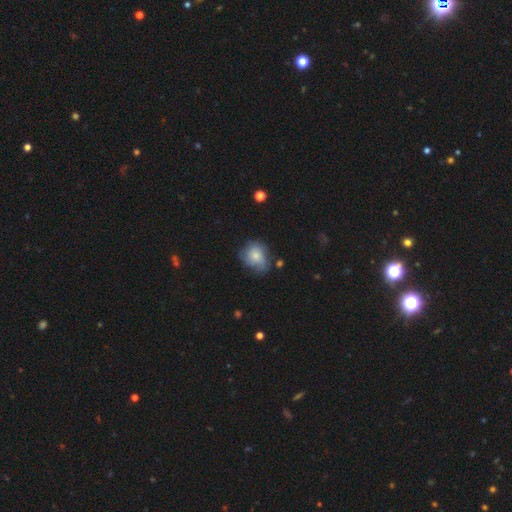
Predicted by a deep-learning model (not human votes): Smooth or featured? Predicted: smooth (p=0.67). How rounded? Predicted: round (p=0.62). Merging? Predicted: none (p=0.50).